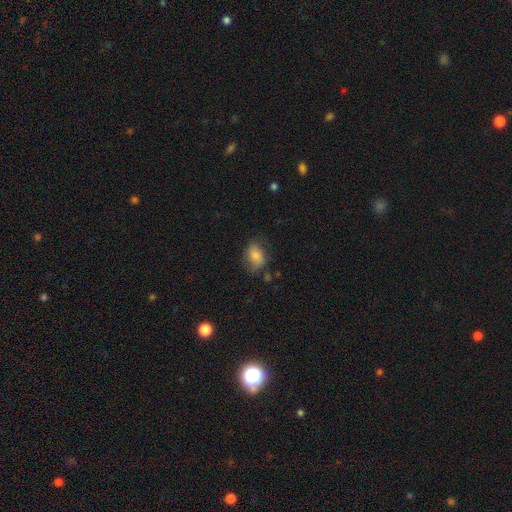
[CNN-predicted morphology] smooth_or_featured: smooth (p=0.73) [alt: featured or disk p=0.19]
how_rounded: in between (p=0.78) [alt: round p=0.21]
merging: none (p=0.64) [alt: minor disturbance p=0.25]